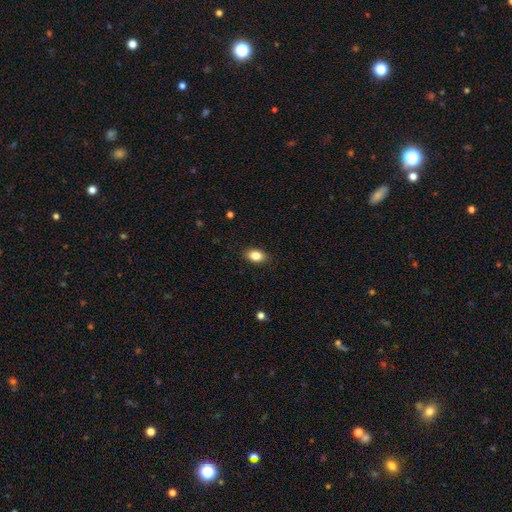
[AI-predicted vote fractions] The model was most divided on "how rounded": in between: 87%, round: 12%, cigar-shaped: 2%. More confident: merging — none (87%); smooth or featured — smooth (84%).